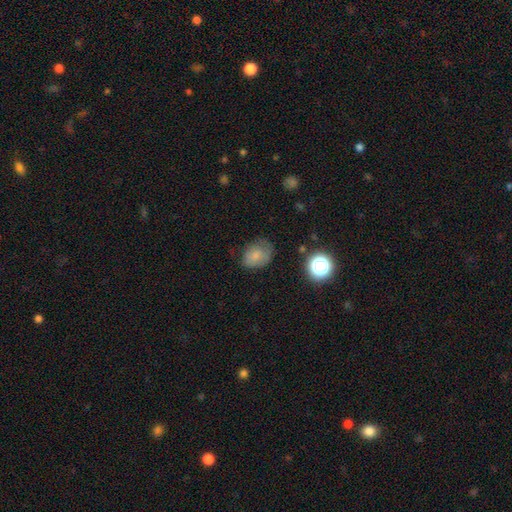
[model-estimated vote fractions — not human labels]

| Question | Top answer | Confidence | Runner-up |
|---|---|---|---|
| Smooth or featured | smooth | 75% | featured or disk (13%) |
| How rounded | in between | 56% | round (43%) |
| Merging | none | 60% | minor disturbance (28%) |